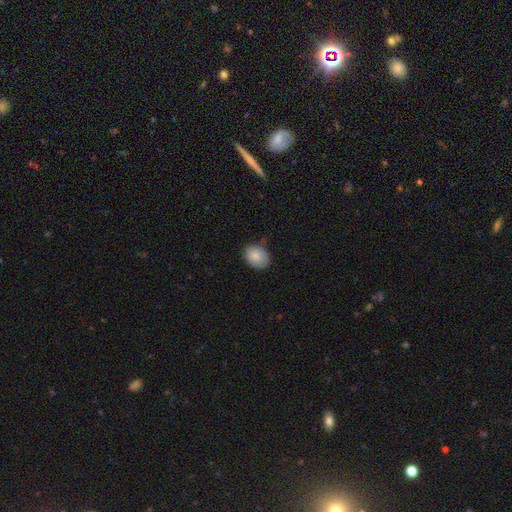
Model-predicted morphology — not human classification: Smooth or featured: smooth — 83% (featured or disk — 10%)
How rounded: in between — 62% (round — 37%)
Merging: none — 72% (minor disturbance — 23%)